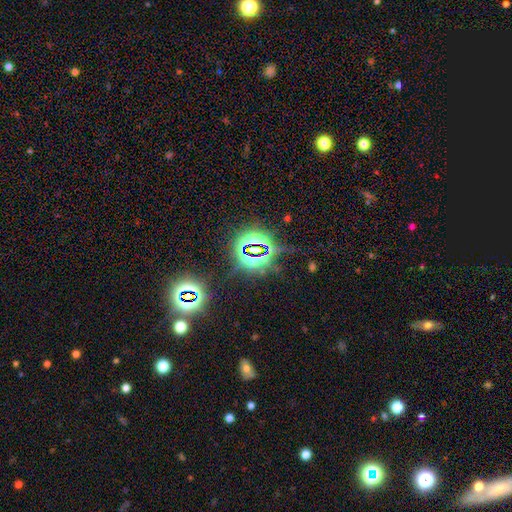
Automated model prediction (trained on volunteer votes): A star or artifact, not a galaxy (82%).

Vote fractions:
- Smooth or featured? star or artifact: 82% / smooth: 10% / featured or disk: 8%